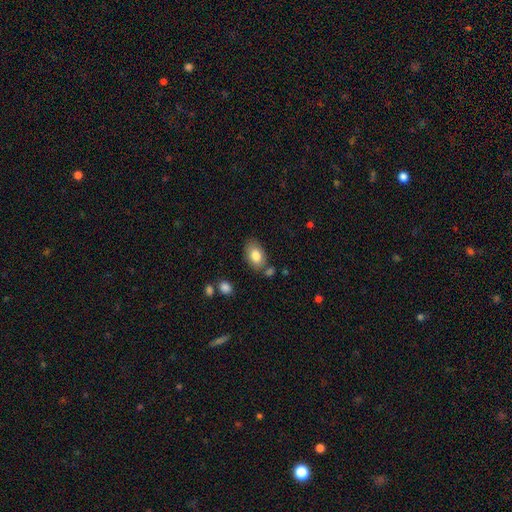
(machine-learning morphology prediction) smooth 82%, featured or disk 11%, star or artifact 7%. Down the decision tree: how rounded — in between (88%); merging — none (74%).